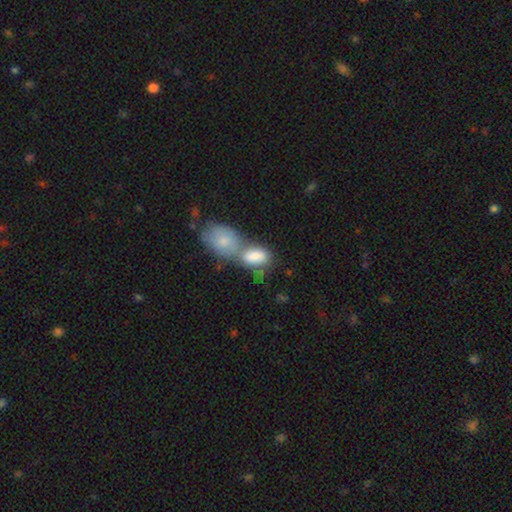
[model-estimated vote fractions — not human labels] Smooth or featured: smooth — 79% (featured or disk — 14%)
How rounded: in between — 90% (round — 7%)
Merging: merger — 65% (none — 20%)